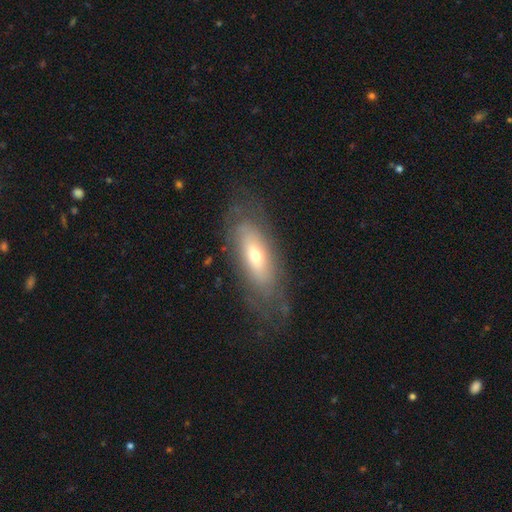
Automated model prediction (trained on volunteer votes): A featured or disk galaxy (49%). Merging: none (70%).